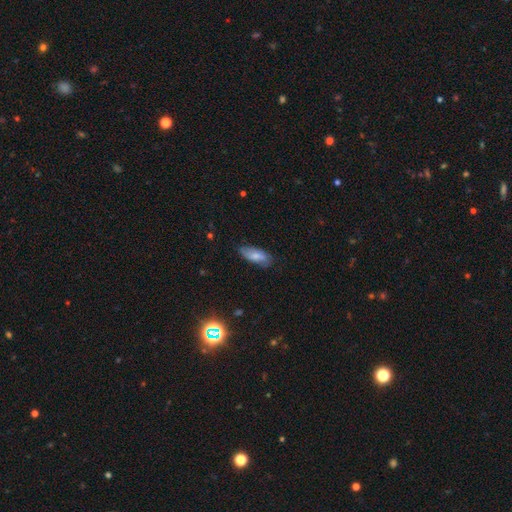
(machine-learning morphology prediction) The model was most divided on "smooth or featured": smooth: 65%, featured or disk: 27%, star or artifact: 7%. More confident: how rounded — in between (79%); merging — none (72%).